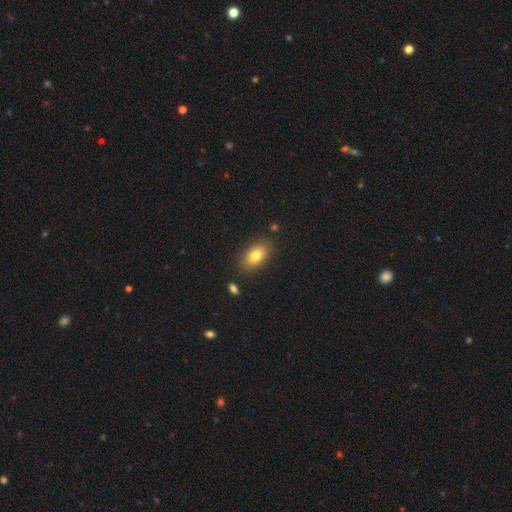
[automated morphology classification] Q: Smooth or featured?
A: smooth (80%); runner-up: featured or disk (12%)
Q: How rounded?
A: in between (89%); runner-up: round (8%)
Q: Merging?
A: none (84%); runner-up: minor disturbance (11%)